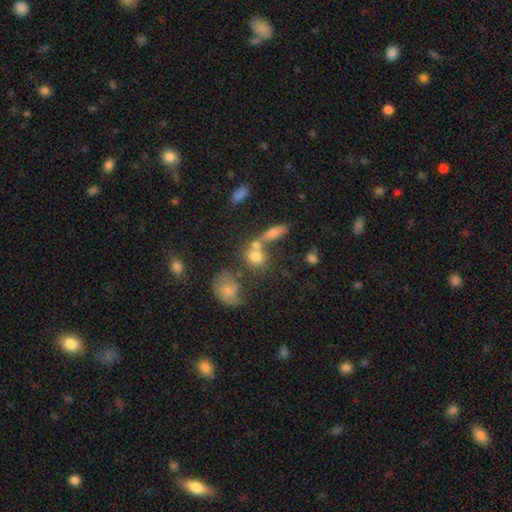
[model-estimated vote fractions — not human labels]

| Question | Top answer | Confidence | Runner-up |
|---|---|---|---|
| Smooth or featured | smooth | 70% | featured or disk (15%) |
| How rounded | round | 69% | in between (26%) |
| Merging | none | 43% | merger (38%) |